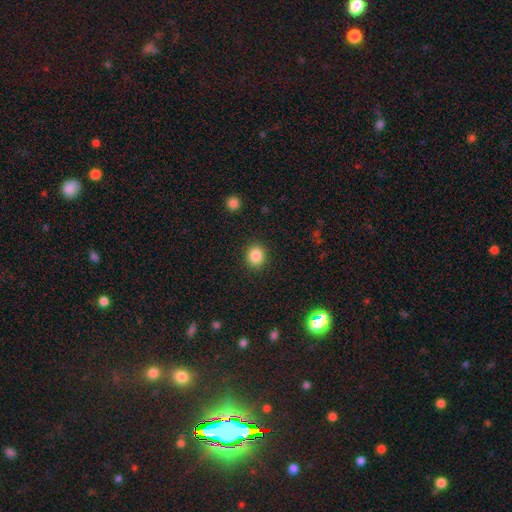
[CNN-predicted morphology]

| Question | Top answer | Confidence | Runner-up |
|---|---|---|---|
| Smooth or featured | smooth | 85% | star or artifact (10%) |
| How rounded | round | 74% | in between (26%) |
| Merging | none | 90% | minor disturbance (7%) |